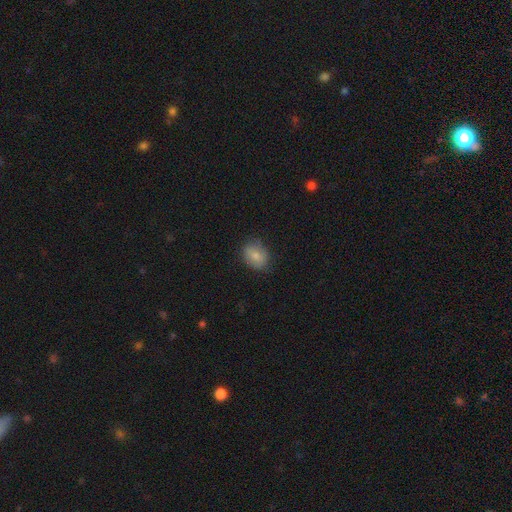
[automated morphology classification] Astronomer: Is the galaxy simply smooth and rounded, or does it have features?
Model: smooth — 75%.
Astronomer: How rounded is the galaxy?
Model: in between — 52% (runner-up: round, 47%).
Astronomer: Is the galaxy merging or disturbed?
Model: none — 75%.